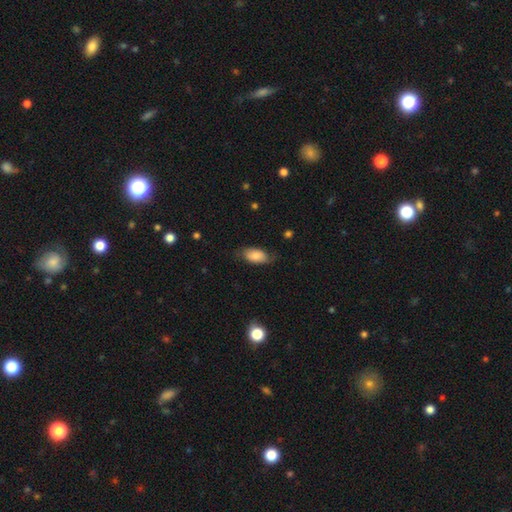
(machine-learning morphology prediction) Smooth or featured? Predicted: smooth (p=0.73). How rounded? Predicted: in between (p=0.92). Merging? Predicted: none (p=0.67).